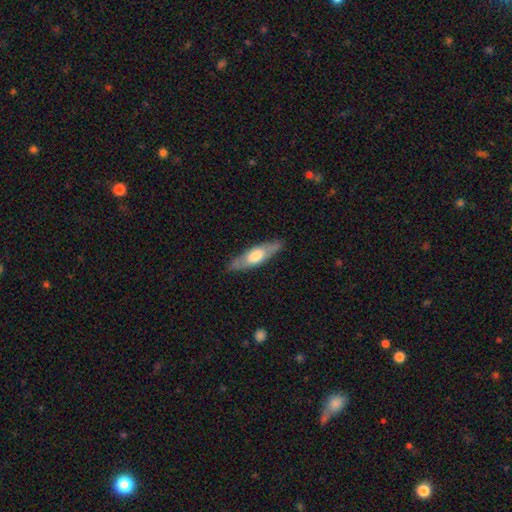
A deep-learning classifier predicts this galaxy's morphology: Smooth or featured: smooth — 51% (featured or disk — 44%)
How rounded: cigar-shaped — 54% (in between — 44%)
Merging: none — 85% (minor disturbance — 11%)